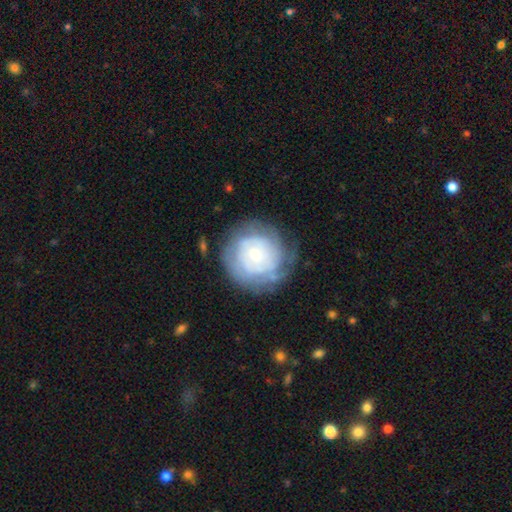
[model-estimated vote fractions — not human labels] smooth-or-featured: featured or disk: 64% | smooth: 29% | star or artifact: 7%
  disk-edge-on: no: 98% | yes: 2%
    bar: no: 77% | weak: 19% | strong: 4%
    has-spiral-arms: yes: 75% | no: 25%
    bulge-size: small: 65% | moderate: 27% | large: 4% | none: 3% | dominant: 1%
  merging: none: 71% | minor disturbance: 18% | major disturbance: 9% | merger: 2%